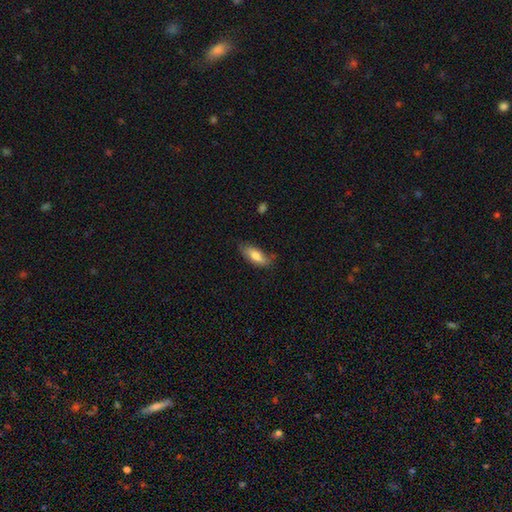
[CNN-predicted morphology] The model was most divided on "merging": none: 68%, minor disturbance: 25%, major disturbance: 5%, merger: 2%. More confident: smooth or featured — smooth (77%); how rounded — in between (75%).